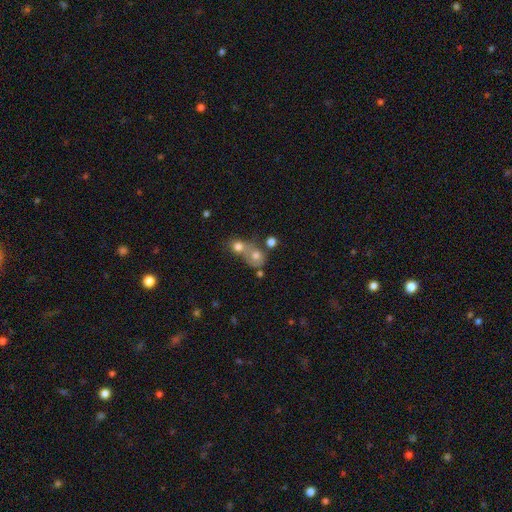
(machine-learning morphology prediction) The model was most divided on "merging": merger: 60%, none: 27%, minor disturbance: 7%, major disturbance: 5%. More confident: how rounded — round (71%); smooth or featured — smooth (69%).